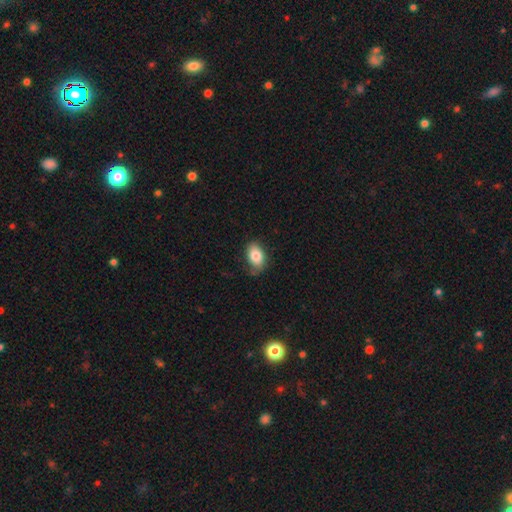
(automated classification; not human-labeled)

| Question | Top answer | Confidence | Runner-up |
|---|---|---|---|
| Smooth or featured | smooth | 81% | featured or disk (12%) |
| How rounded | in between | 87% | round (11%) |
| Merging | none | 67% | minor disturbance (25%) |